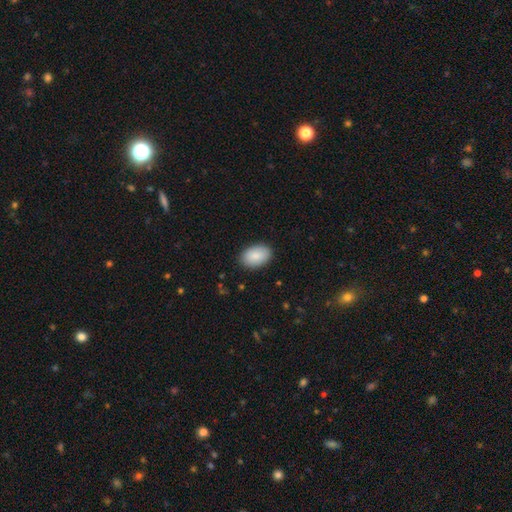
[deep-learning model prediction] Smooth or featured?
  - smooth: 88% *
  - star or artifact: 6%
  - featured or disk: 6%
How rounded?
  - in between: 90% *
  - round: 9%
  - cigar-shaped: 1%
Merging?
  - none: 89% *
  - minor disturbance: 9%
  - major disturbance: 2%
  - merger: 1%